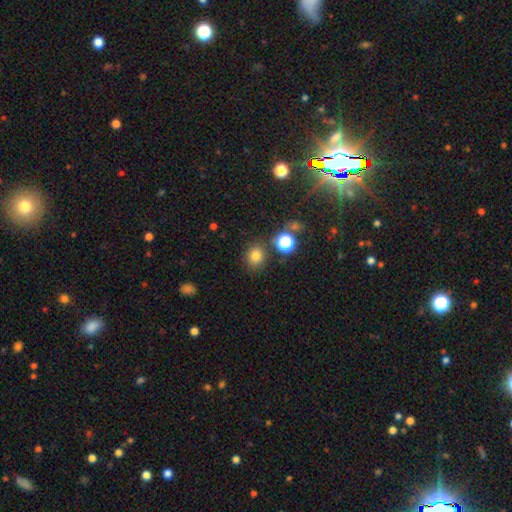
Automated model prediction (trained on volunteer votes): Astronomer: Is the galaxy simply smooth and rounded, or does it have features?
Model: smooth — 76%.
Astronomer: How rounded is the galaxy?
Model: round — 77%.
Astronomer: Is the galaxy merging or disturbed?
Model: none — 82%.